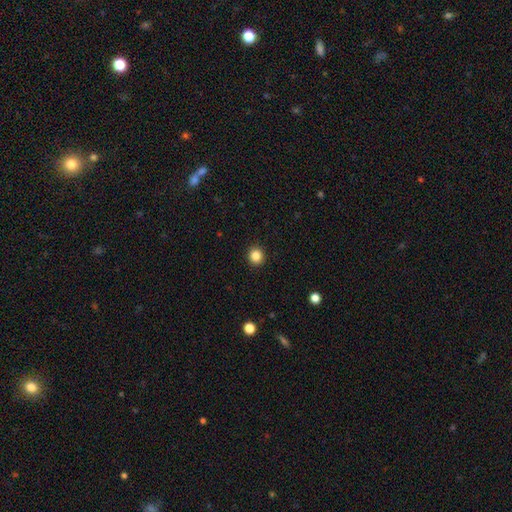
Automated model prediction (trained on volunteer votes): This is clearly a smooth galaxy (84%). How rounded: clearly round (89%). Merging: clearly none (93%).